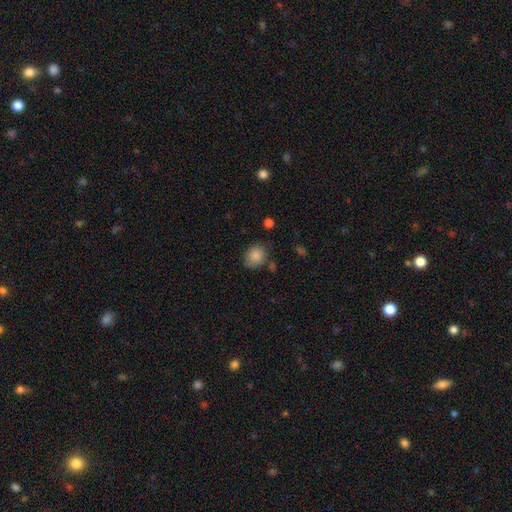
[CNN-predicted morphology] smooth-or-featured: smooth: 87% | star or artifact: 9% | featured or disk: 5%
  how-rounded: round: 55% | in between: 44% | cigar-shaped: 1%
  merging: none: 75% | minor disturbance: 16% | merger: 5% | major disturbance: 4%